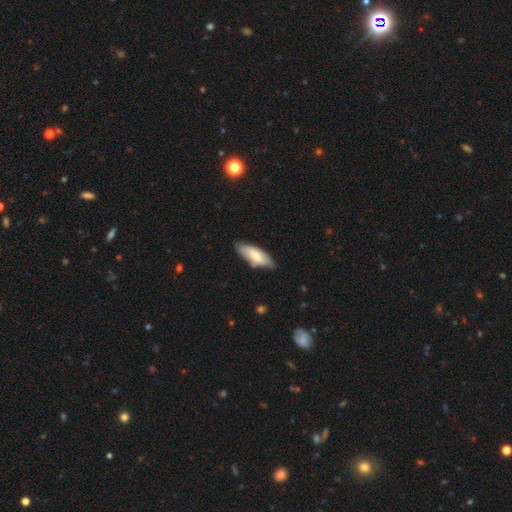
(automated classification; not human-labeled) smooth-or-featured: smooth: 70% | featured or disk: 24% | star or artifact: 6%
  how-rounded: in between: 70% | cigar-shaped: 29% | round: 2%
  merging: none: 73% | minor disturbance: 22% | major disturbance: 3% | merger: 2%